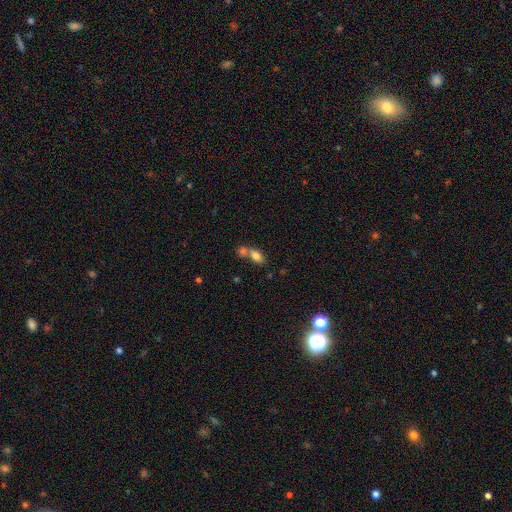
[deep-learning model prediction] smooth-or-featured: smooth: 79% | featured or disk: 11% | star or artifact: 10%
  how-rounded: in between: 85% | round: 11% | cigar-shaped: 5%
  merging: merger: 54% | none: 34% | minor disturbance: 8% | major disturbance: 4%